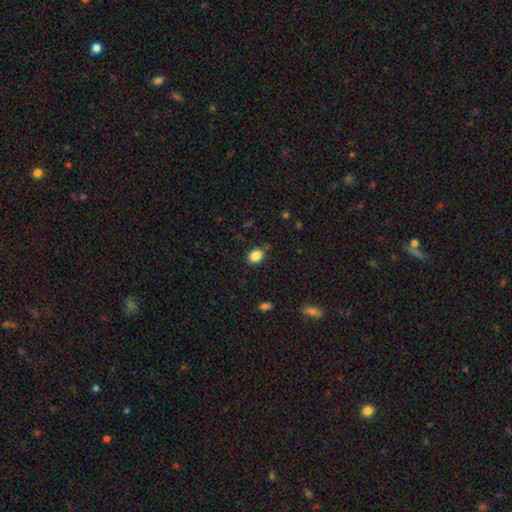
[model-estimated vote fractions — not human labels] The model was most divided on "how rounded": in between: 54%, round: 45%, cigar-shaped: 1%. More confident: smooth or featured — smooth (85%); merging — none (83%).